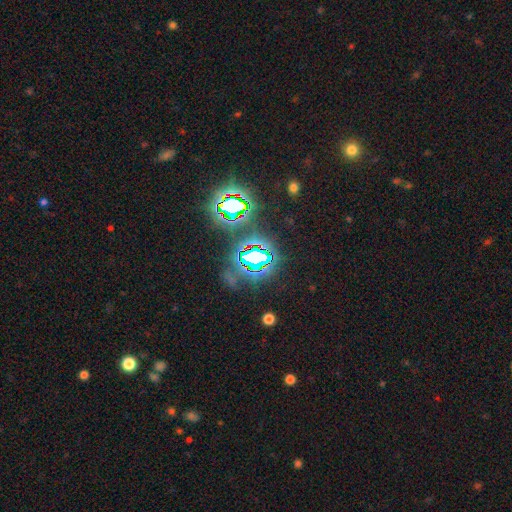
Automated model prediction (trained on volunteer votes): Smooth or featured?
  - star or artifact: 80% *
  - smooth: 12%
  - featured or disk: 8%